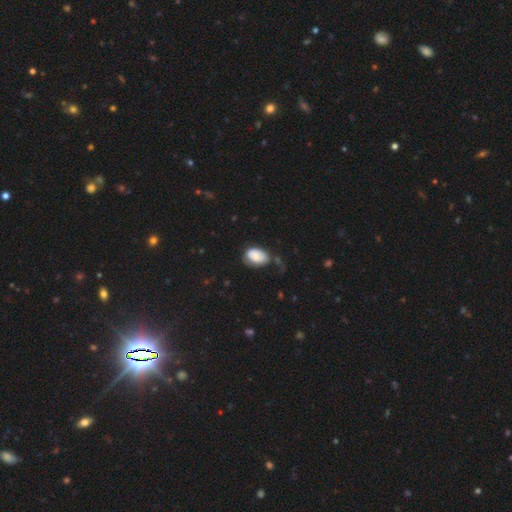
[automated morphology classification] The model was most divided on "merging": none: 43%, minor disturbance: 34%, major disturbance: 17%, merger: 5%. More confident: how rounded — in between (85%); smooth or featured — smooth (77%).